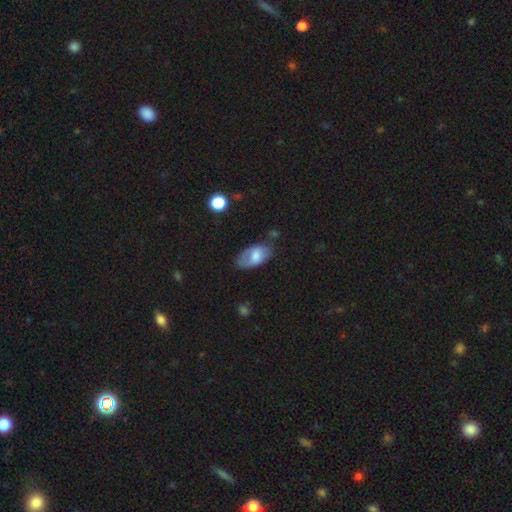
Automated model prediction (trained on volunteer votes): The model was most divided on "merging": none: 61%, minor disturbance: 28%, major disturbance: 8%, merger: 3%. More confident: how rounded — in between (93%); smooth or featured — smooth (67%).